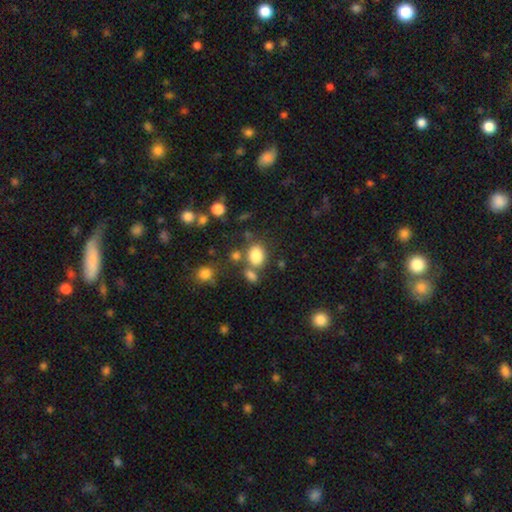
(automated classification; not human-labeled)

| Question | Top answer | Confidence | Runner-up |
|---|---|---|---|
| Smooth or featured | smooth | 82% | star or artifact (11%) |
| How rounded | in between | 59% | round (40%) |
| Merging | none | 63% | merger (18%) |